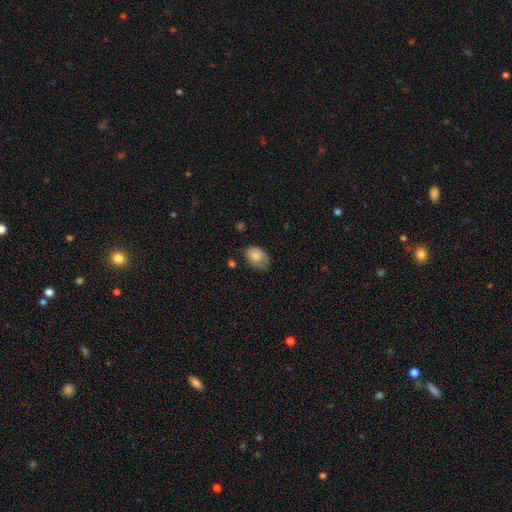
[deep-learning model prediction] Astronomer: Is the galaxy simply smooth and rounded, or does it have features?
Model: smooth — 82%.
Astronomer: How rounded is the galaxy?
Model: in between — 83%.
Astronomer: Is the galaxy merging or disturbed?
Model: none — 61%.